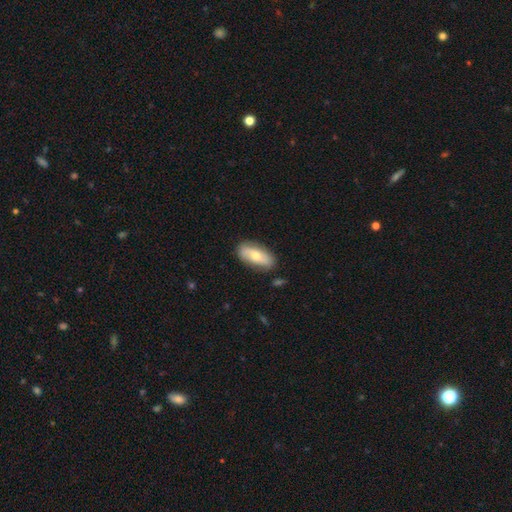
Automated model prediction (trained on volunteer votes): smooth_or_featured: smooth (p=0.54) [alt: featured or disk p=0.40]
how_rounded: in between (p=0.82) [alt: cigar-shaped p=0.14]
merging: none (p=0.83) [alt: minor disturbance p=0.13]